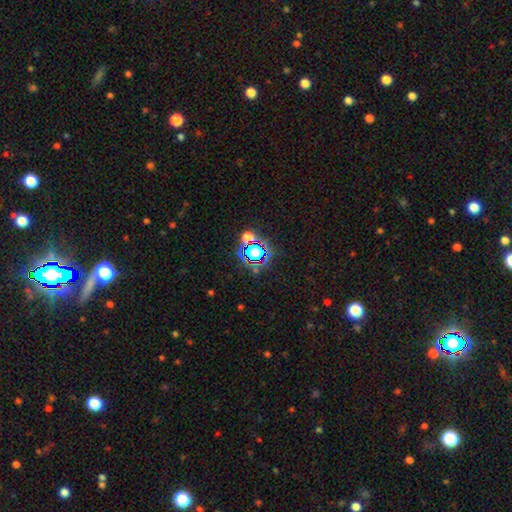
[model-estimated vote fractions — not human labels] smooth_or_featured: star or artifact (p=0.62) [alt: smooth p=0.27]